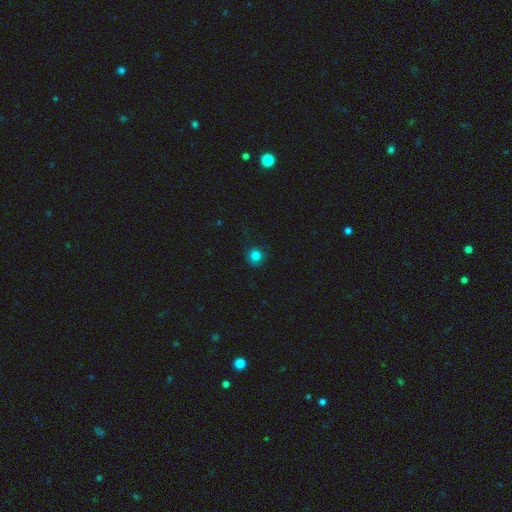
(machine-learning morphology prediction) The model was most divided on "merging": none: 78%, minor disturbance: 15%, major disturbance: 5%, merger: 1%. More confident: how rounded — round (90%); smooth or featured — smooth (81%).